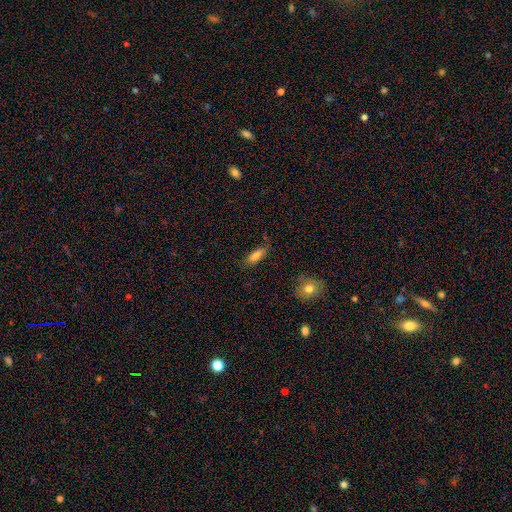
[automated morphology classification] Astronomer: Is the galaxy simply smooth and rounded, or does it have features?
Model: smooth — 82%.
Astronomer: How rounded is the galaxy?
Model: in between — 60% (runner-up: cigar-shaped, 38%).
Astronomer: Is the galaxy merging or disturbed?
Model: none — 75%.